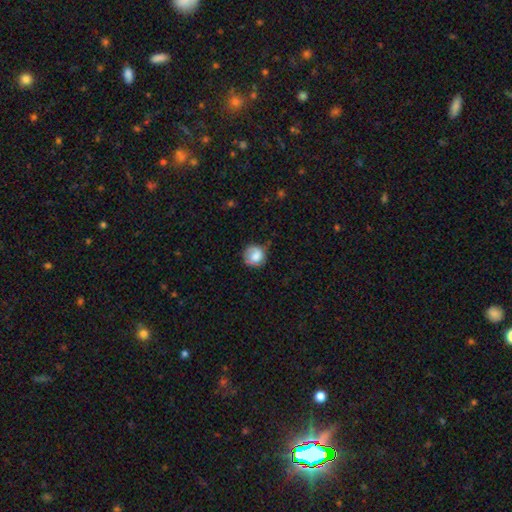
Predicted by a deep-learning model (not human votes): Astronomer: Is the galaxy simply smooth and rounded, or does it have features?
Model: smooth — 79%.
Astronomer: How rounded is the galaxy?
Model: round — 88%.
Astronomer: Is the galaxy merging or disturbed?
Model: none — 67%.